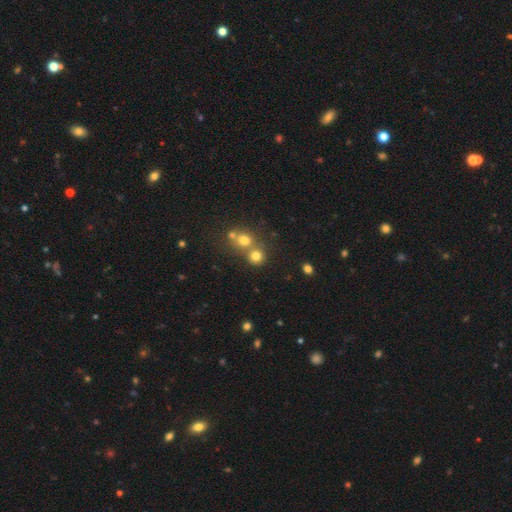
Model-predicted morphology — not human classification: Smooth or featured: smooth — 74% (star or artifact — 17%)
How rounded: round — 87% (in between — 12%)
Merging: none — 54% (merger — 36%)